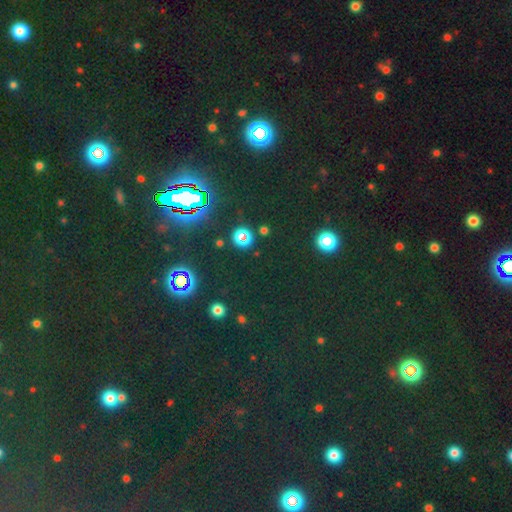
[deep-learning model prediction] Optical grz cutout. It shows a star or artifact, not a galaxy (78%).